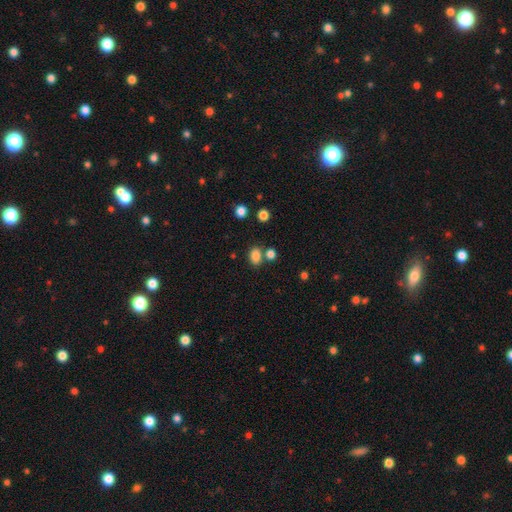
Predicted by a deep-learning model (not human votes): A smooth galaxy with no disk features (83%) that is in between round and cigar-shaped (74%). Merging: none (66%).